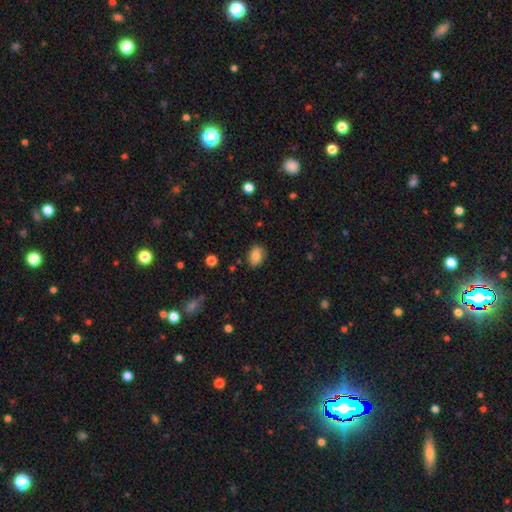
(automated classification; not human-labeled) This is clearly a smooth galaxy (83%). How rounded: likely in between (74%). Merging: clearly none (84%).